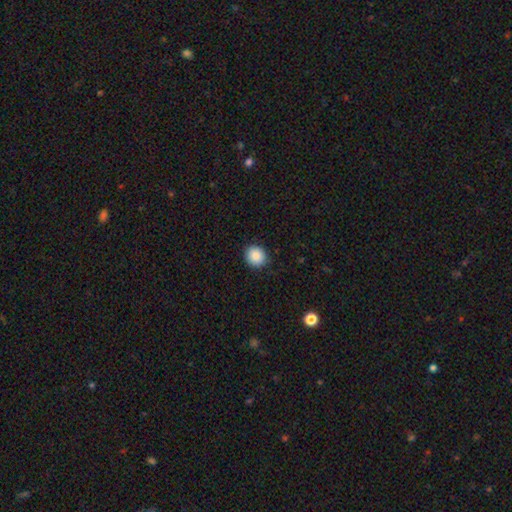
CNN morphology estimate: A smooth galaxy with no disk features (88%) that is round (87%).

Vote fractions:
- Smooth or featured? smooth: 88% / star or artifact: 9% / featured or disk: 3%
- How rounded? round: 87% / in between: 13% / cigar-shaped: 1%
- Merging? none: 90% / minor disturbance: 7% / major disturbance: 2% / merger: 1%